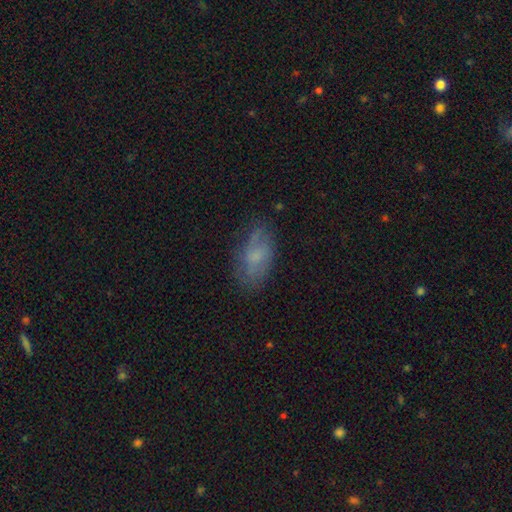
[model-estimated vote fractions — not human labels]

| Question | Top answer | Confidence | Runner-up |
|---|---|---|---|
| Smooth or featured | smooth | 59% | featured or disk (32%) |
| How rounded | in between | 91% | cigar-shaped (5%) |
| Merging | none | 63% | minor disturbance (25%) |